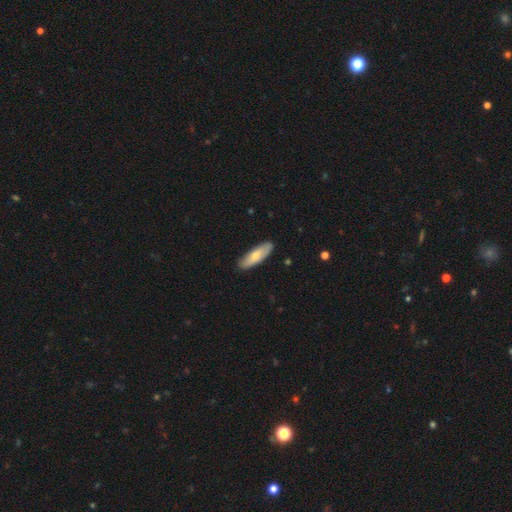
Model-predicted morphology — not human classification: A smooth galaxy with no disk features (68%) that is in between round and cigar-shaped (54%).

Vote fractions:
- Smooth or featured? smooth: 68% / featured or disk: 27% / star or artifact: 5%
- How rounded? in between: 54% / cigar-shaped: 45% / round: 2%
- Merging? none: 86% / minor disturbance: 11% / major disturbance: 2% / merger: 1%